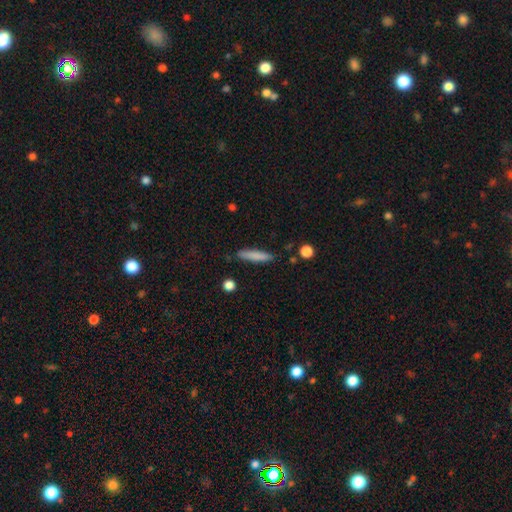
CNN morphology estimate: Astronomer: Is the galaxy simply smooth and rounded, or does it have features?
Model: smooth — 81%.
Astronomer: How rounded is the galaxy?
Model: cigar-shaped — 87%.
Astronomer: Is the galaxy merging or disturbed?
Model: none — 85%.